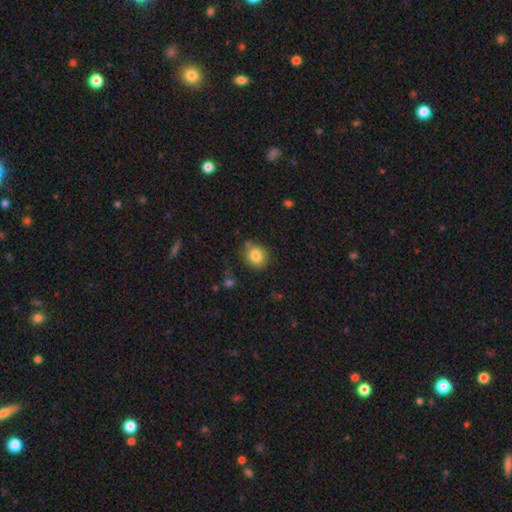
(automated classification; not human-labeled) Morphology: type=smooth (82%); roundness=round (72%); merging=none (76%).